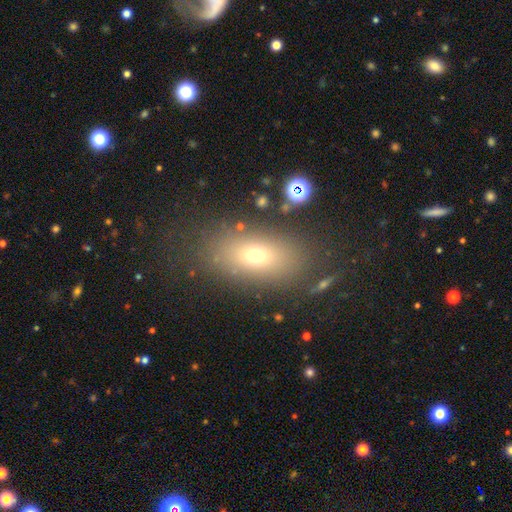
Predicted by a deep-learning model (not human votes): Q: Smooth or featured?
A: smooth (65%); runner-up: featured or disk (18%)
Q: How rounded?
A: in between (80%); runner-up: round (12%)
Q: Merging?
A: none (78%); runner-up: minor disturbance (12%)